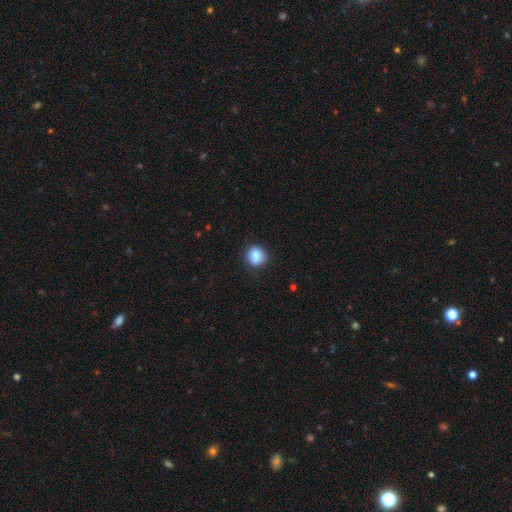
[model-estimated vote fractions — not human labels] A smooth galaxy with no disk features (82%) that is round (73%).

Vote fractions:
- Smooth or featured? smooth: 82% / star or artifact: 9% / featured or disk: 8%
- How rounded? round: 73% / in between: 26% / cigar-shaped: 1%
- Merging? none: 79% / minor disturbance: 15% / major disturbance: 4% / merger: 2%